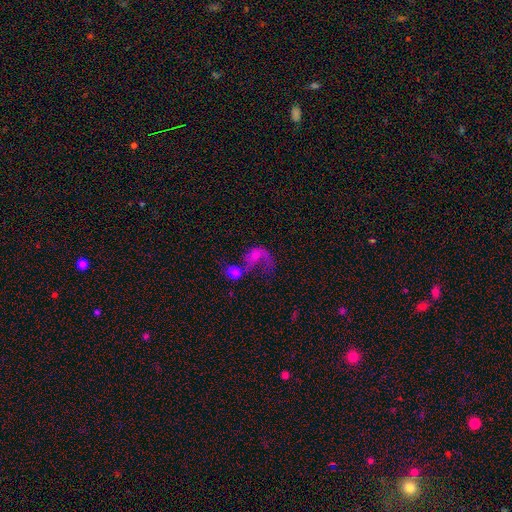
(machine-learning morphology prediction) This appears to be a featured or disk galaxy (49%). Merging: merger (49%).